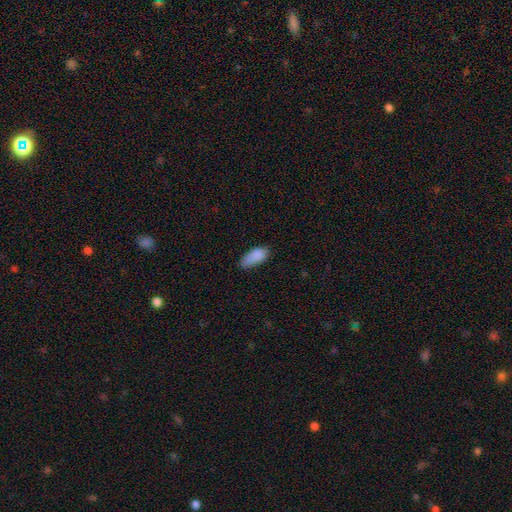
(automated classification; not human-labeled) smooth-or-featured: smooth: 86% | star or artifact: 8% | featured or disk: 6%
  how-rounded: in between: 87% | cigar-shaped: 11% | round: 2%
  merging: none: 57% | minor disturbance: 34% | major disturbance: 8% | merger: 2%